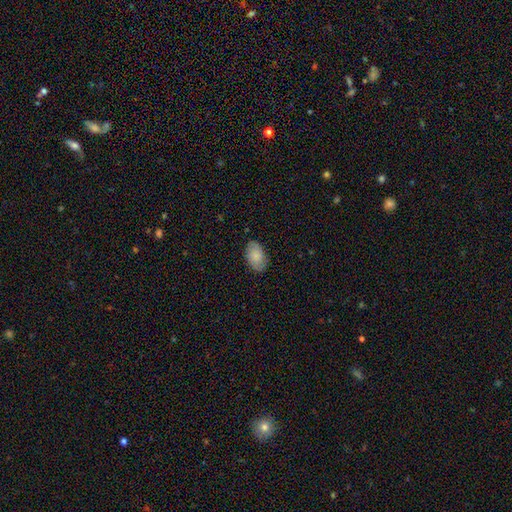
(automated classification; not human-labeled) Smooth or featured: smooth — 77% (featured or disk — 16%)
How rounded: in between — 92% (round — 6%)
Merging: none — 83% (minor disturbance — 14%)